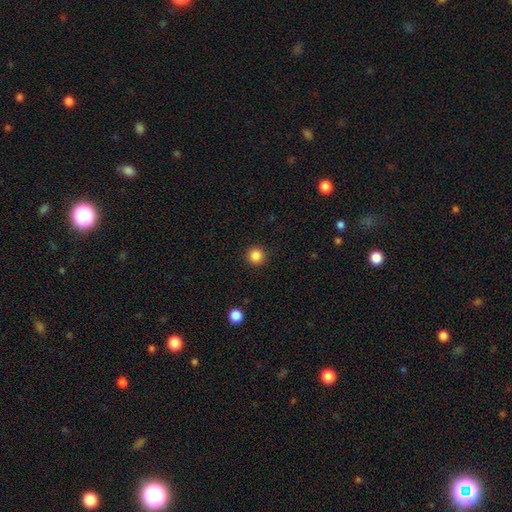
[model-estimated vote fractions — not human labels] A smooth galaxy with no disk features (86%) that is round (95%).

Vote fractions:
- Smooth or featured? smooth: 86% / star or artifact: 11% / featured or disk: 3%
- How rounded? round: 95% / in between: 4% / cigar-shaped: 1%
- Merging? none: 92% / minor disturbance: 5% / major disturbance: 2% / merger: 1%